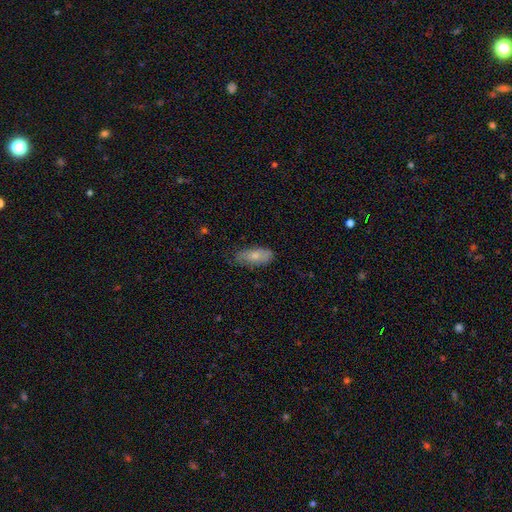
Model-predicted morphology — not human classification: Overall: smooth (72%). How rounded: in between (81%). Merging: none (69%).